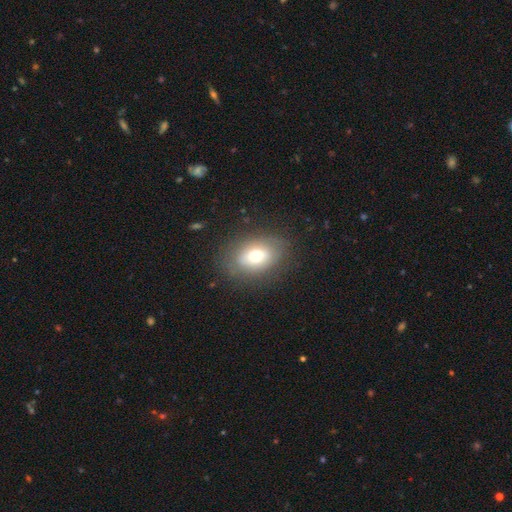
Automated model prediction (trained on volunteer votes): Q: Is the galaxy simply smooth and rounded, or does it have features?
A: smooth — 67%.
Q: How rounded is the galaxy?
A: in between — 80%.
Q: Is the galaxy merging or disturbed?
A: none — 79%.